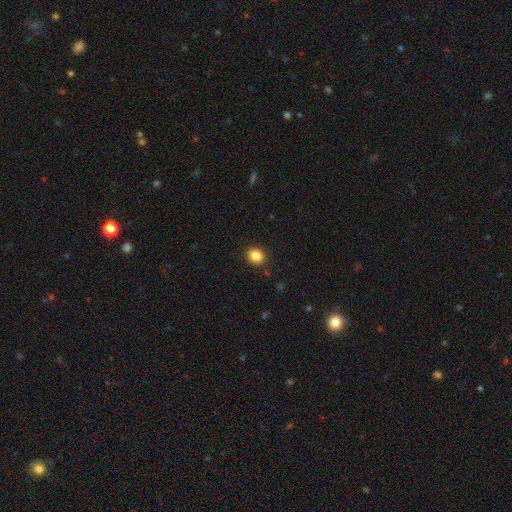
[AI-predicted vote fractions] Morphology: type=smooth (85%); roundness=round (72%); merging=none (89%).